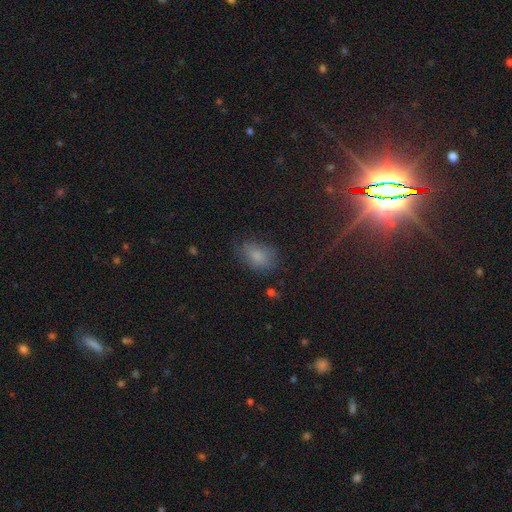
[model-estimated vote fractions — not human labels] Overall: smooth (75%). How rounded: in between (85%). Merging: none (71%).